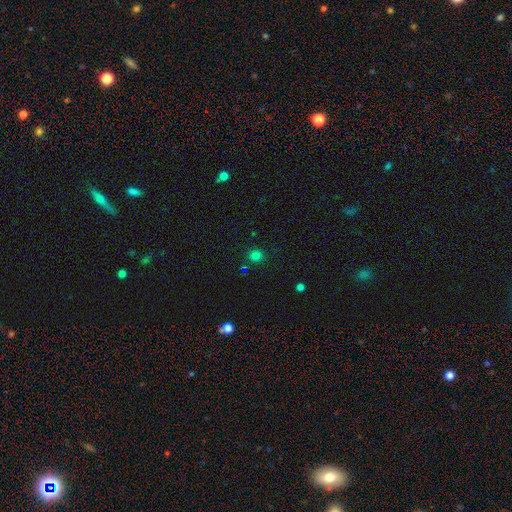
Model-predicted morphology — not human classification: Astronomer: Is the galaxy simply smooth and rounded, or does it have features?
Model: smooth — 76%.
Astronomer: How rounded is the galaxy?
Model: round — 87%.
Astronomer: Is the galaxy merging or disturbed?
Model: none — 83%.